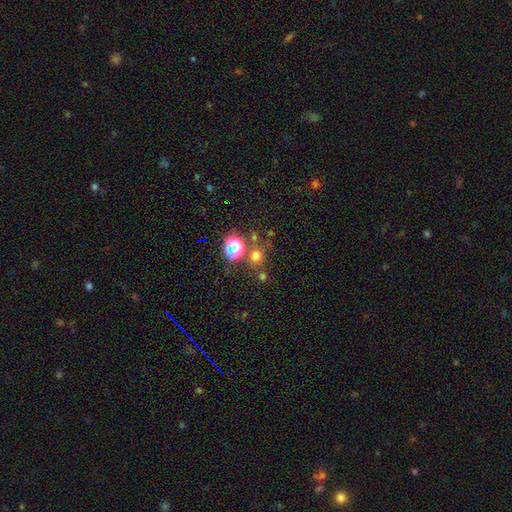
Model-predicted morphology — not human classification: Overall: smooth (62%; star or artifact 30%). How rounded: round (81%). Merging: none (70%).